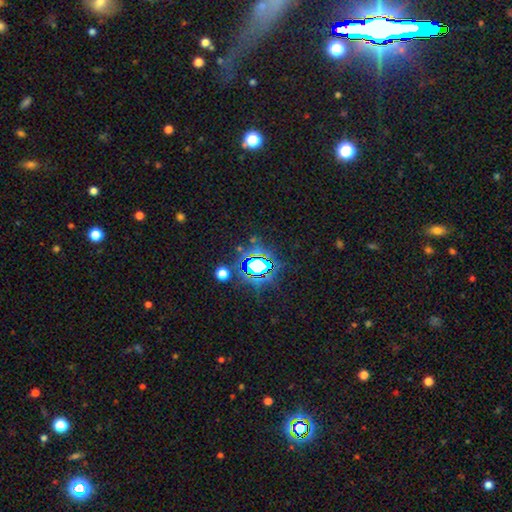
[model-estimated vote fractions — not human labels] Overall: star or artifact (70%).